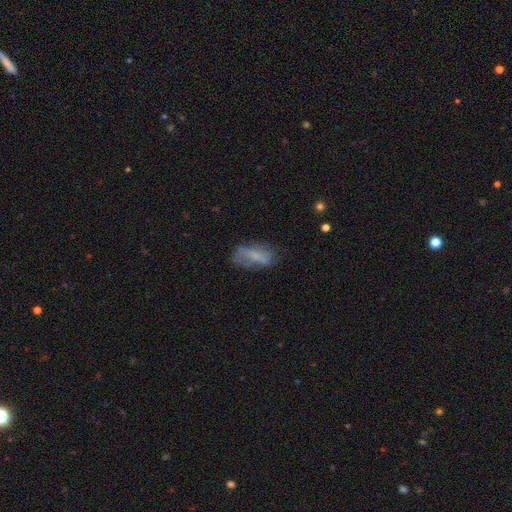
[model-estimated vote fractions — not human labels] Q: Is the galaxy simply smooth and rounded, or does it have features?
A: smooth — 53%.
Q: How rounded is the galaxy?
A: in between — 77%.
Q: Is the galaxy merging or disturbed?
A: none — 52%.